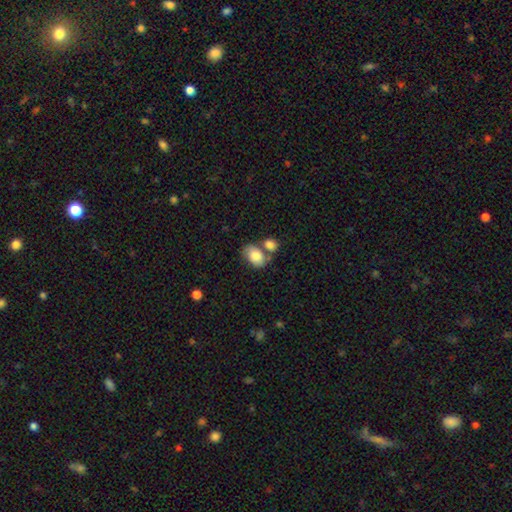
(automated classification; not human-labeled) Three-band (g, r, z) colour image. It shows a smooth galaxy with no disk features (82%) that is in between round and cigar-shaped (84%). Merging: none (44%).